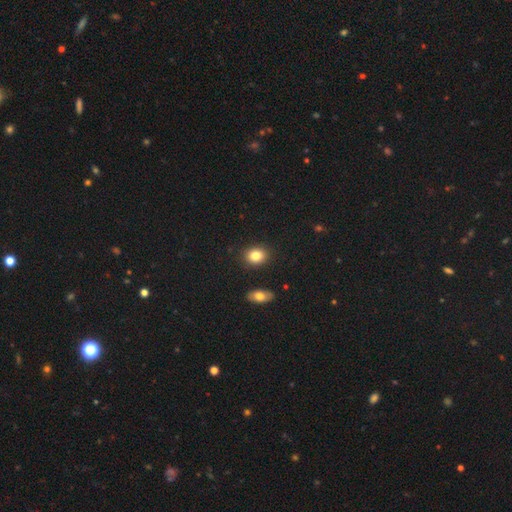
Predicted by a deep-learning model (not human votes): This is clearly a smooth galaxy (83%). How rounded: possibly round (50%). Merging: clearly none (87%).